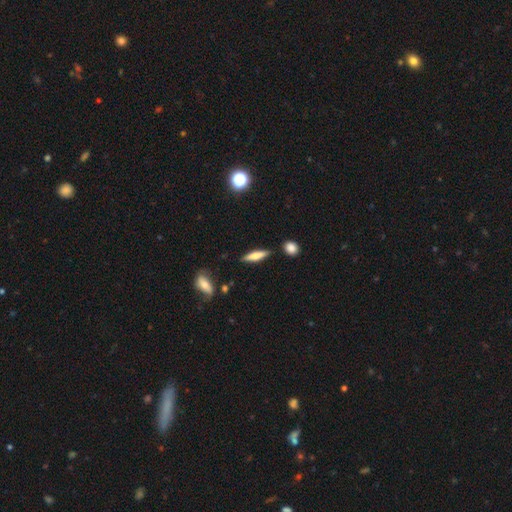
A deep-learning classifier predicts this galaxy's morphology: The model was most divided on "smooth or featured": smooth: 54%, featured or disk: 39%, star or artifact: 7%. More confident: merging — none (85%); how rounded — cigar-shaped (75%).